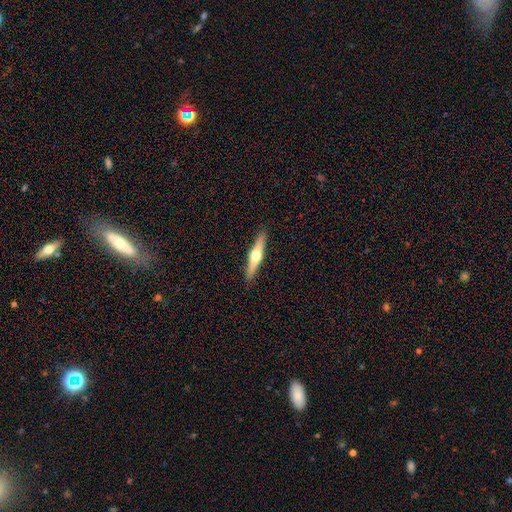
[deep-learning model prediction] featured or disk 58%, smooth 37%, star or artifact 5%. Down the decision tree: edge-on disk — yes (96%); edge-on bulge — rounded (94%); merging — none (91%).